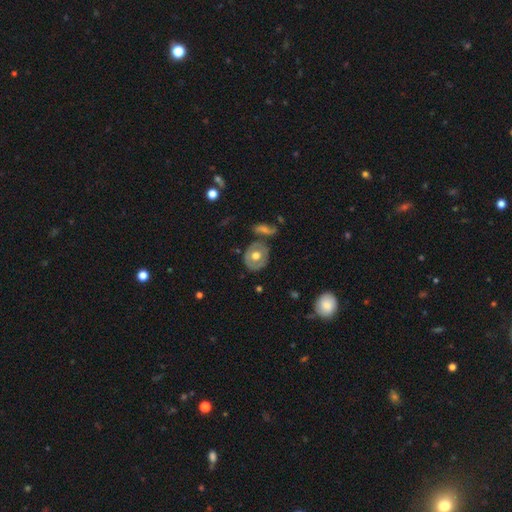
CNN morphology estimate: smooth-or-featured: smooth: 53% | featured or disk: 41% | star or artifact: 6%
  how-rounded: round: 70% | in between: 29% | cigar-shaped: 1%
  merging: none: 68% | minor disturbance: 15% | merger: 11% | major disturbance: 5%